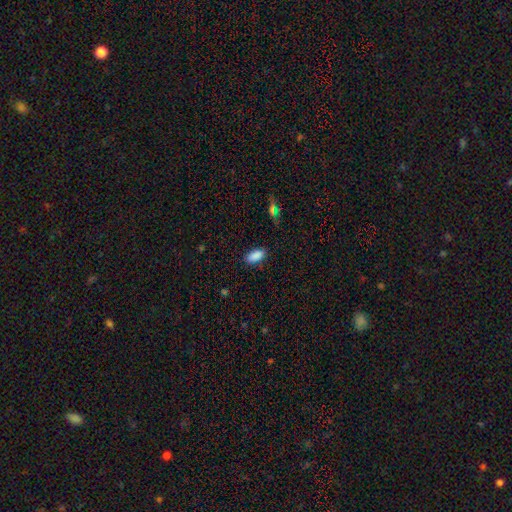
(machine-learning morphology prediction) type=smooth (88%); roundness=in between (89%); merging=none (85%).